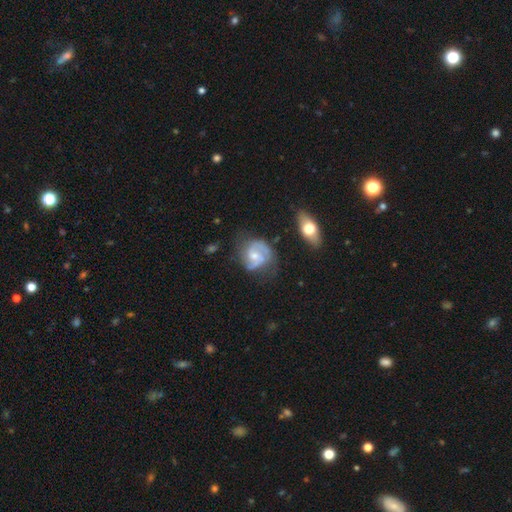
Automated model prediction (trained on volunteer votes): Morphology: type=featured or disk (78%); edge-on=no (98%); bar=no (49%); spiral arms=yes (92%); winding=medium (50%); arm count=2 (75%); bulge=small (49%); merging=none (56%).